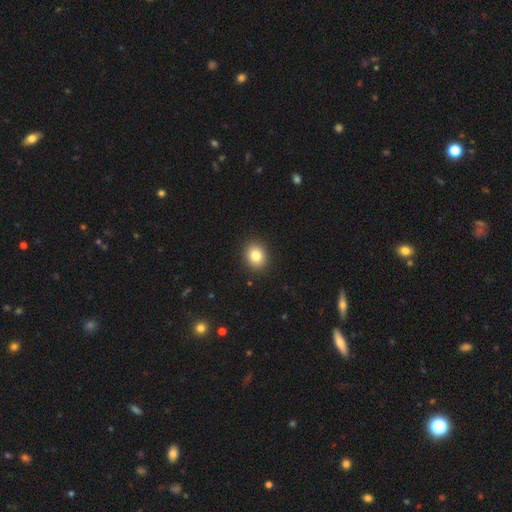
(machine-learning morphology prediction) This is clearly a smooth galaxy (83%). How rounded: likely round (61%). Merging: clearly none (91%).